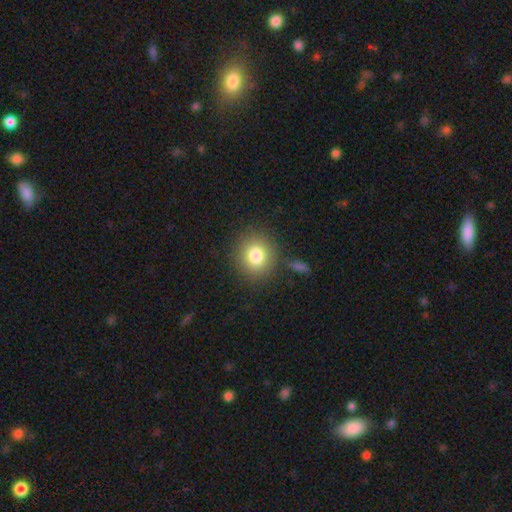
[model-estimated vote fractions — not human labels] This appears to be a smooth galaxy with no disk features (81%) that is round (87%). Merging: none (85%).